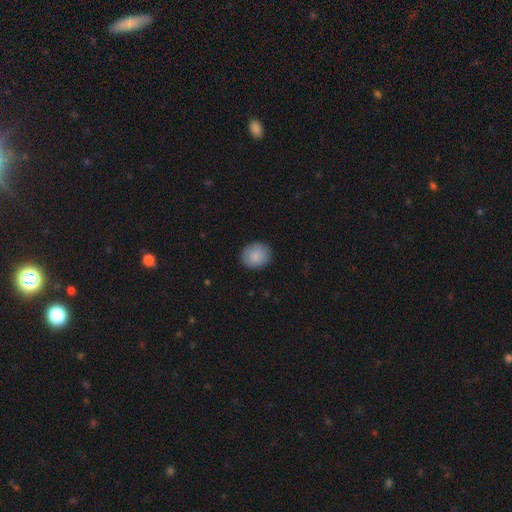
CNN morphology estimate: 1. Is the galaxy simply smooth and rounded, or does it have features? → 88% smooth, 7% star or artifact, 5% featured or disk.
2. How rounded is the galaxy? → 59% round, 40% in between, 1% cigar-shaped.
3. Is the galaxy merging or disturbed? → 88% none, 9% minor disturbance, 2% major disturbance, 1% merger.